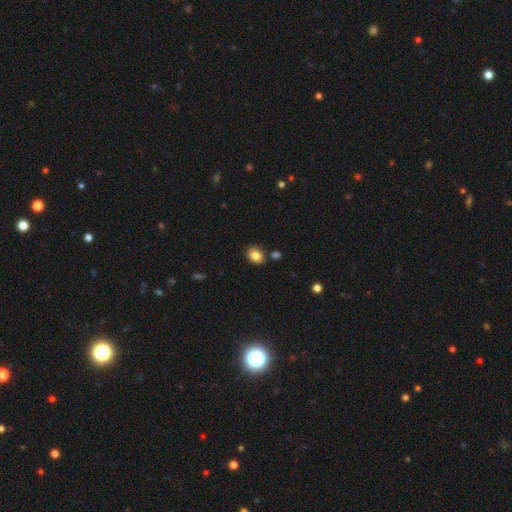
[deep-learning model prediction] smooth 85%, star or artifact 9%, featured or disk 6%. Down the decision tree: how rounded — in between (67%); merging — none (82%).